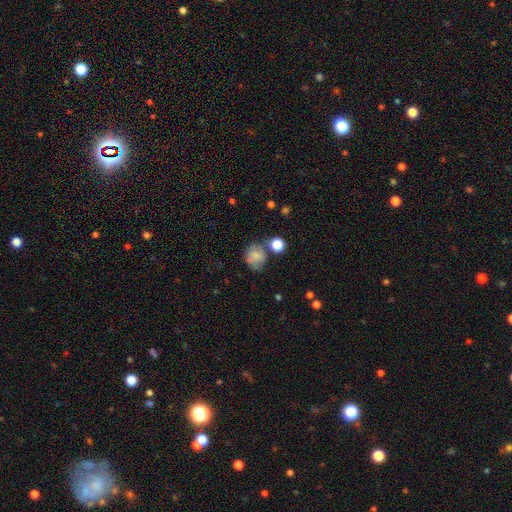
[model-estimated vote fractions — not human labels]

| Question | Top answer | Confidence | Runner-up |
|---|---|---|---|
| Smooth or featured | smooth | 75% | featured or disk (14%) |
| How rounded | round | 72% | in between (27%) |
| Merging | none | 55% | minor disturbance (23%) |